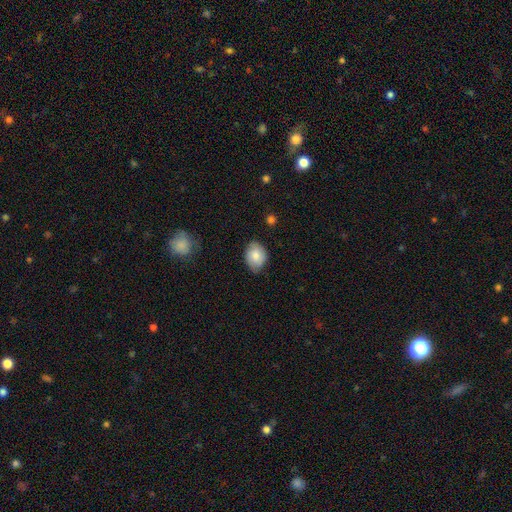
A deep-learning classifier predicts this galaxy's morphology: A smooth galaxy with no disk features (79%) that is in between round and cigar-shaped (63%). Merging: none (70%).